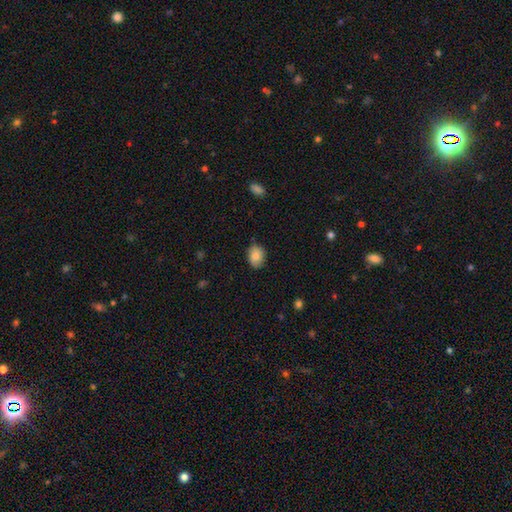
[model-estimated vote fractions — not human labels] Morphology: type=smooth (85%); roundness=in between (61%); merging=none (76%).